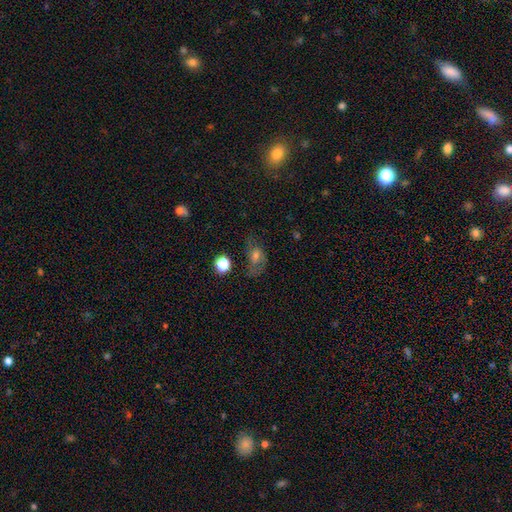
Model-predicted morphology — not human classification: Overall: featured or disk (43%; smooth 37%). Merging: none (52%; minor disturbance 23%).